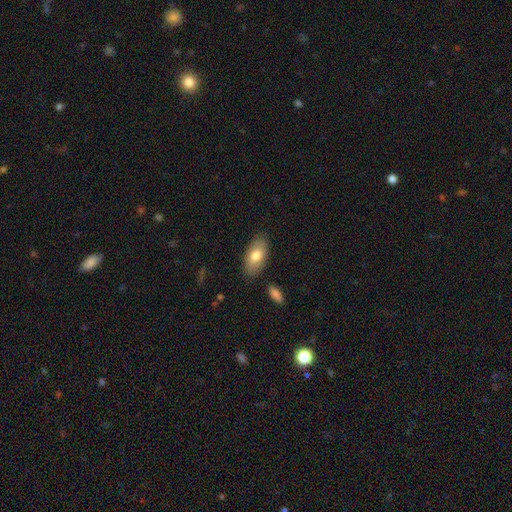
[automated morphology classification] This appears to be a smooth galaxy with no disk features (77%) that is in between round and cigar-shaped (93%). Merging: none (84%).